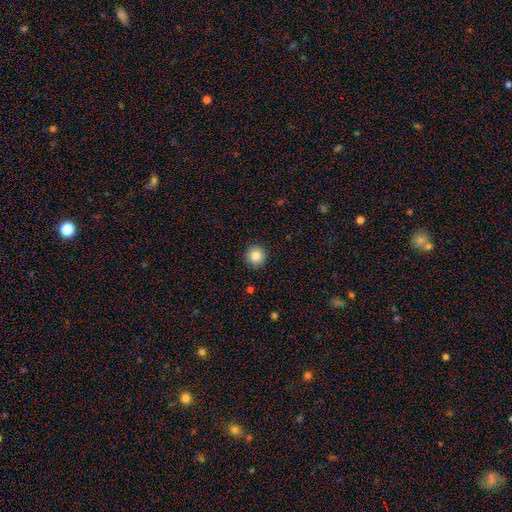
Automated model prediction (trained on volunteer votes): smooth_or_featured: smooth (p=0.85) [alt: star or artifact p=0.10]
how_rounded: round (p=0.95) [alt: in between p=0.04]
merging: none (p=0.91) [alt: minor disturbance p=0.06]